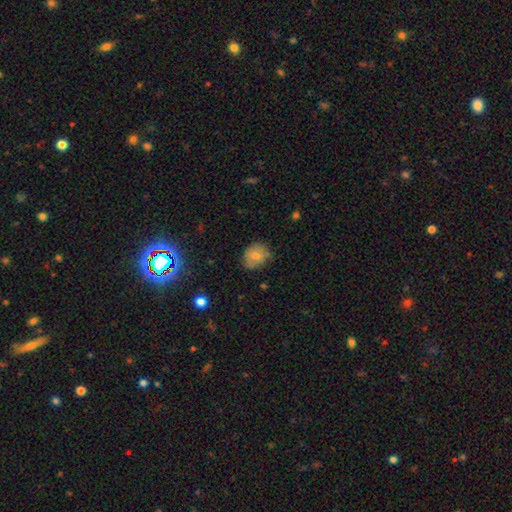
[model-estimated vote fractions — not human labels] Morphology: type=smooth (68%); roundness=round (57%); merging=none (62%).